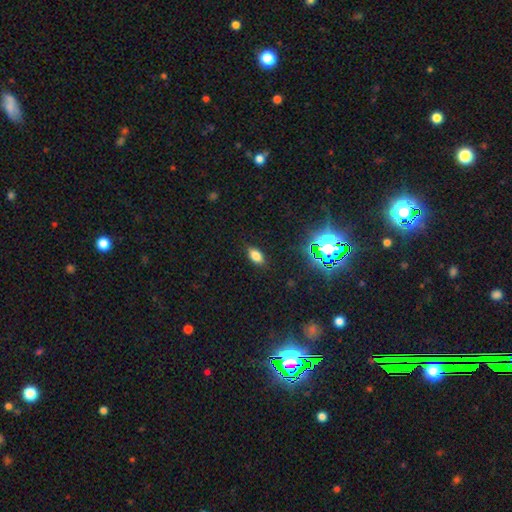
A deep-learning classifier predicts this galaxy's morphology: This appears to be a smooth galaxy with no disk features (74%) that is in between round and cigar-shaped (88%). Merging: none (86%).